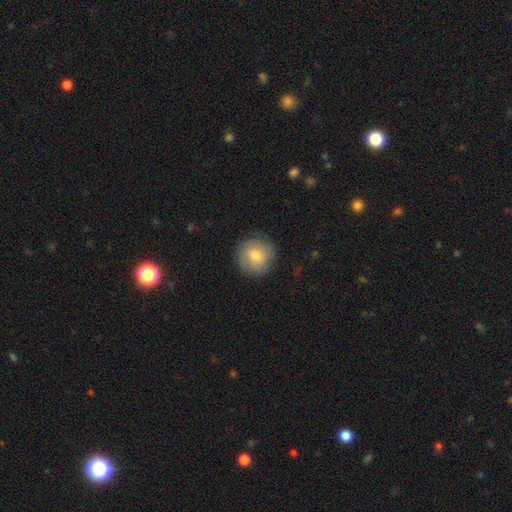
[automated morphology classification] smooth 71%, featured or disk 21%, star or artifact 8%. Down the decision tree: how rounded — round (92%); merging — none (85%).